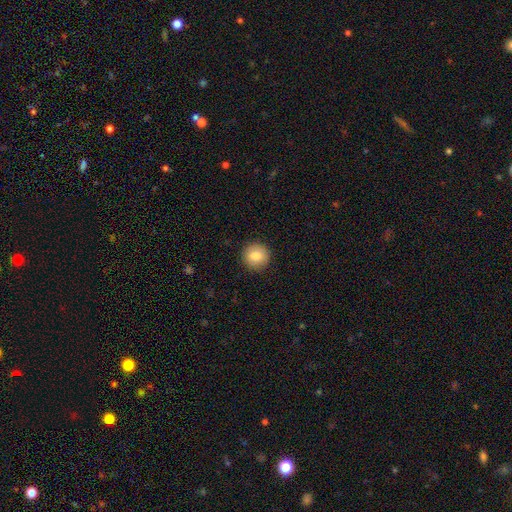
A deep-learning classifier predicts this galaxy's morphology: Smooth or featured? smooth (83%)
How rounded? round (93%)
Merging? none (92%)